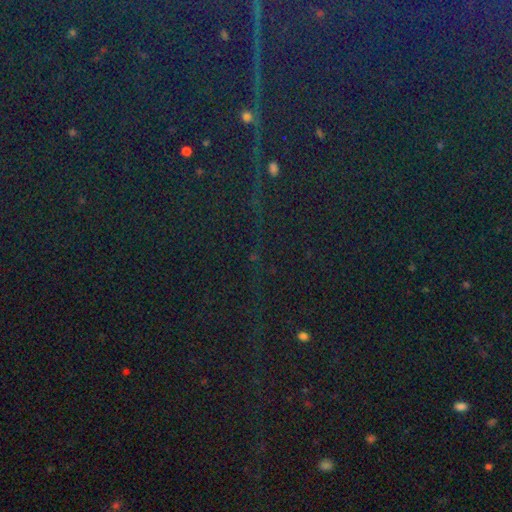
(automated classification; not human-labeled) The model was most divided on "smooth or featured": star or artifact: 84%, smooth: 9%, featured or disk: 7%.